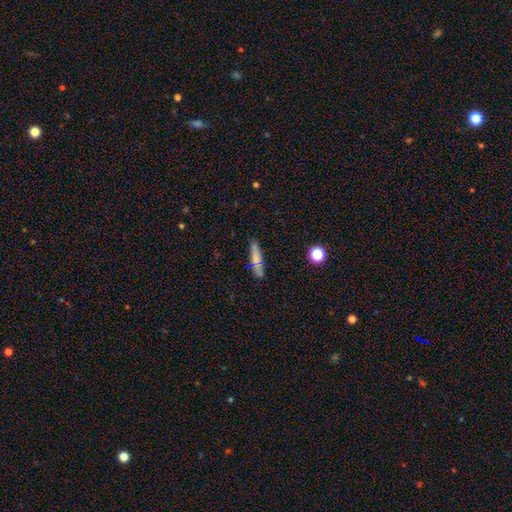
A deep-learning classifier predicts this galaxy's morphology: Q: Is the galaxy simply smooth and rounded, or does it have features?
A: smooth — 67%.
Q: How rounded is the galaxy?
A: cigar-shaped — 88%.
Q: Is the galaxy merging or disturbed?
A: none — 81%.